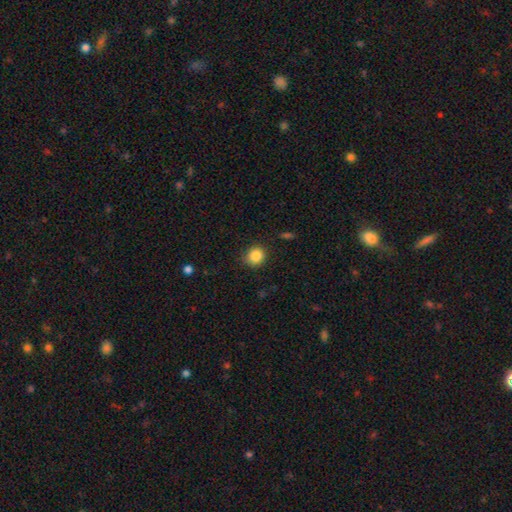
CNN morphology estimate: Smooth or featured? Predicted: smooth (p=0.86). How rounded? Predicted: round (p=0.83). Merging? Predicted: none (p=0.84).